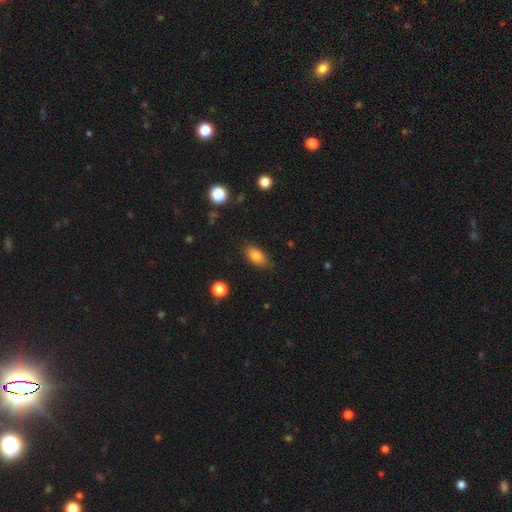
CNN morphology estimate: Smooth or featured? smooth (82%)
How rounded? in between (87%)
Merging? none (82%)